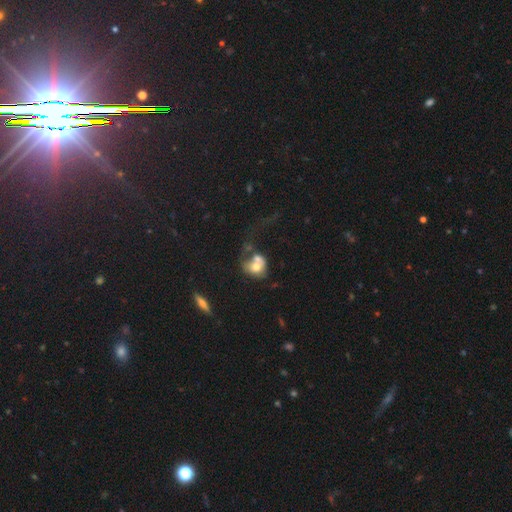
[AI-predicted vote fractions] Smooth or featured?
  - star or artifact: 71% *
  - featured or disk: 16%
  - smooth: 13%